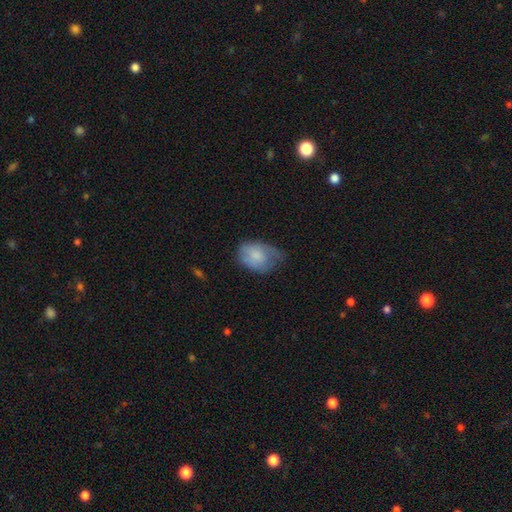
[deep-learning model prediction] Smooth or featured? smooth (71%)
How rounded? in between (78%)
Merging? minor disturbance (42%)